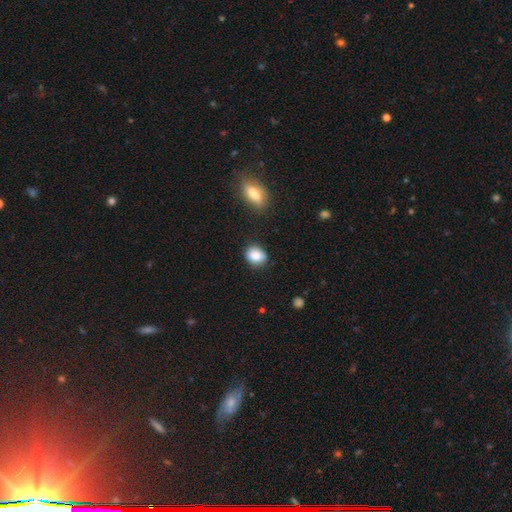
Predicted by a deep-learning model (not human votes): Smooth or featured?
  - smooth: 84% *
  - star or artifact: 9%
  - featured or disk: 7%
How rounded?
  - round: 61% *
  - in between: 38%
  - cigar-shaped: 1%
Merging?
  - none: 81% *
  - minor disturbance: 14%
  - major disturbance: 3%
  - merger: 3%